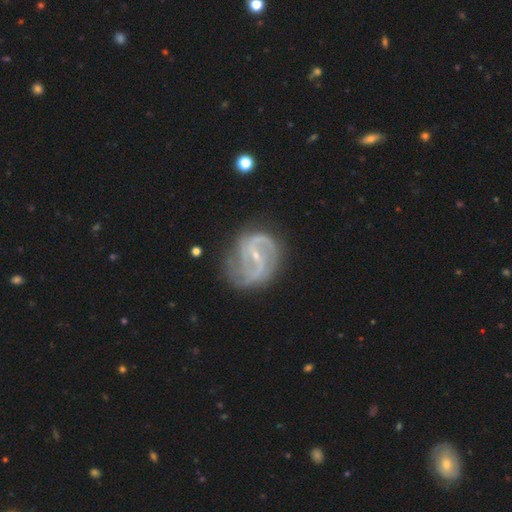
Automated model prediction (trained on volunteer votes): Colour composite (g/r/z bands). It shows a featured or disk galaxy (89%) with a weak bar (42%), 2 (74%) medium (50%) spiral arms (95%) and a small central bulge (80%). Merging: none (66%).